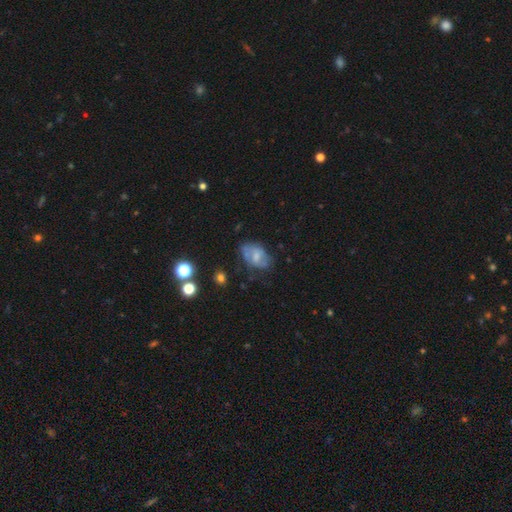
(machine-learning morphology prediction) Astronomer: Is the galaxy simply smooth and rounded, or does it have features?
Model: smooth — 49% (runner-up: featured or disk, 41%).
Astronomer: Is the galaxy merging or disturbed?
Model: none — 51% (runner-up: minor disturbance, 29%).